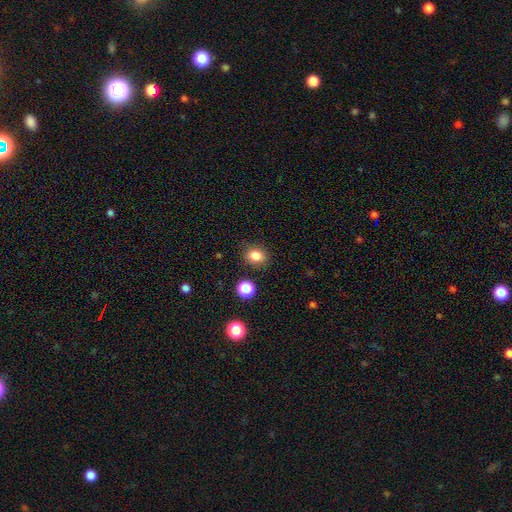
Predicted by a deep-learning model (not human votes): Smooth or featured? Predicted: smooth (p=0.83). How rounded? Predicted: in between (p=0.57). Merging? Predicted: none (p=0.85).